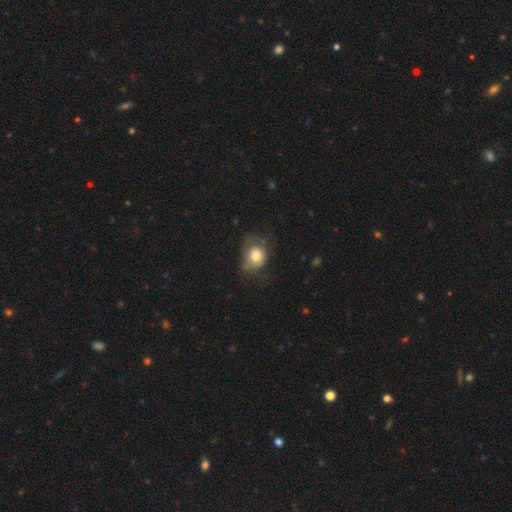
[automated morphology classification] A smooth galaxy with no disk features (71%) that is round (51%). Merging: none (39%).